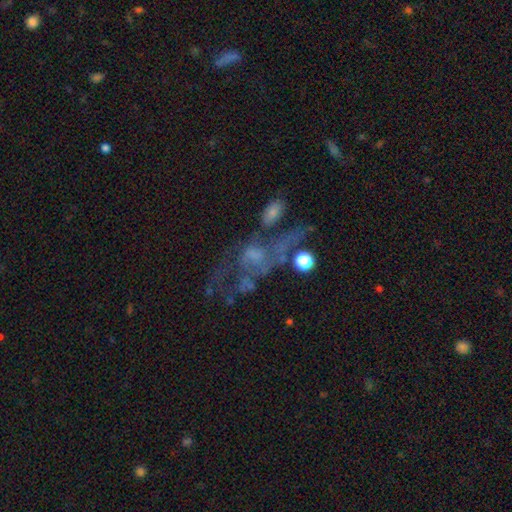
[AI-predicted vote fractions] Smooth or featured: featured or disk — 53% (star or artifact — 29%)
Edge-on disk: no — 89% (yes — 11%)
Merging: none — 44% (merger — 23%)